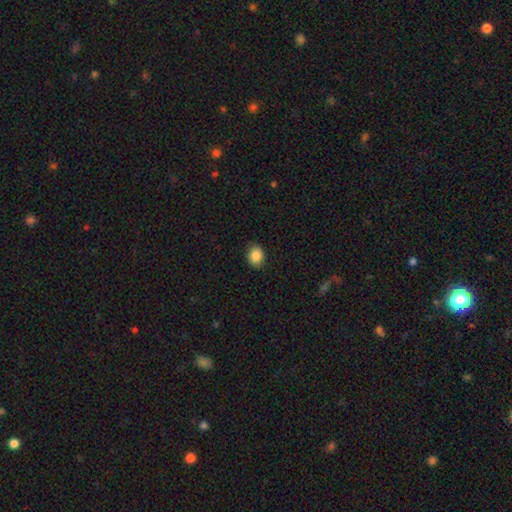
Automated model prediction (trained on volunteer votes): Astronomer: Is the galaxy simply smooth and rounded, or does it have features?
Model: smooth — 87%.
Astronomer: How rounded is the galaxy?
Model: in between — 52% (runner-up: round, 48%).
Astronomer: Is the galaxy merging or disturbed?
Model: none — 84%.